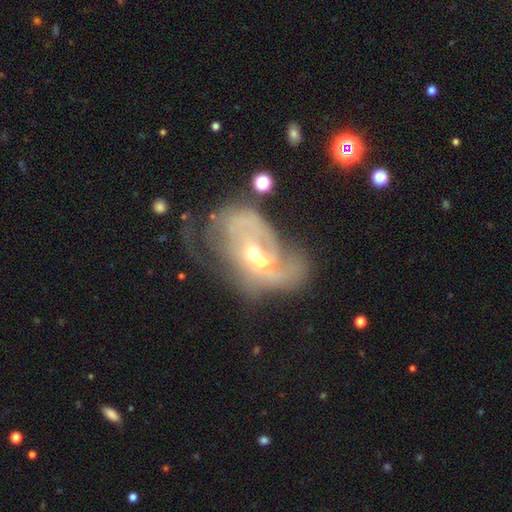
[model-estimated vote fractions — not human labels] A featured or disk galaxy (71%) with no bar (73%), spiral arms (60%) and a moderate central bulge (47%).

Vote fractions:
- Smooth or featured? featured or disk: 71% / smooth: 20% / star or artifact: 9%
- Edge-on disk? no: 96% / yes: 4%
- Bar? no: 73% / weak: 21% / strong: 6%
- Spiral arms? yes: 60% / no: 40%
- Bulge size? moderate: 47% / small: 43% / none: 4% / large: 4% / dominant: 2%
- Merging? merger: 59% / major disturbance: 21% / none: 12% / minor disturbance: 8%